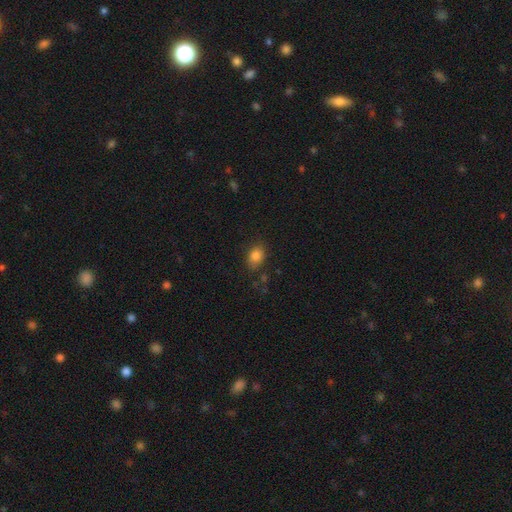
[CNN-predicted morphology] Smooth or featured: smooth — 84% (star or artifact — 10%)
How rounded: in between — 72% (round — 27%)
Merging: none — 78% (minor disturbance — 15%)